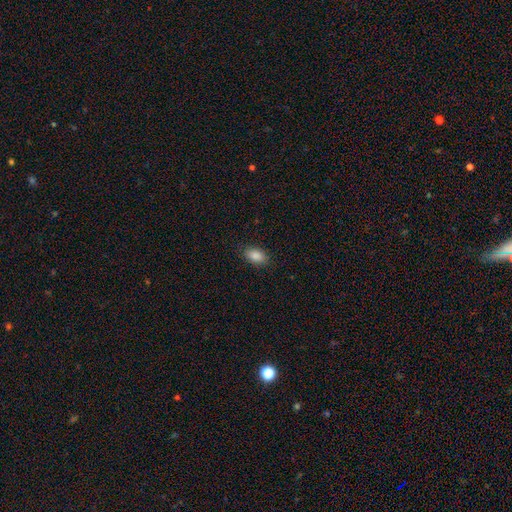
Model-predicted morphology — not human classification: A smooth galaxy with no disk features (89%) that is in between round and cigar-shaped (91%). Merging: none (87%).